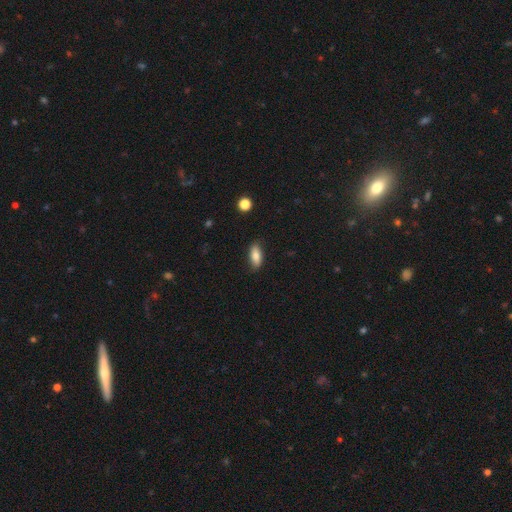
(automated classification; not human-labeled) A smooth galaxy with no disk features (82%) that is in between round and cigar-shaped (79%).

Vote fractions:
- Smooth or featured? smooth: 82% / featured or disk: 11% / star or artifact: 7%
- How rounded? in between: 79% / cigar-shaped: 18% / round: 3%
- Merging? none: 85% / minor disturbance: 12% / major disturbance: 2% / merger: 1%